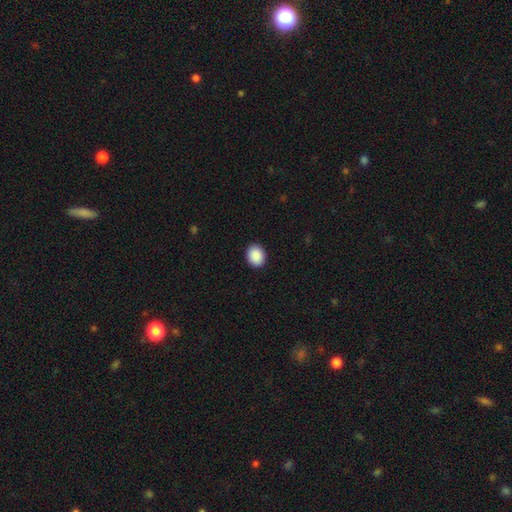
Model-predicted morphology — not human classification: Smooth or featured?
  - smooth: 90% *
  - star or artifact: 7%
  - featured or disk: 3%
How rounded?
  - round: 50% *
  - in between: 49%
  - cigar-shaped: 1%
Merging?
  - none: 92% *
  - minor disturbance: 6%
  - major disturbance: 2%
  - merger: 1%